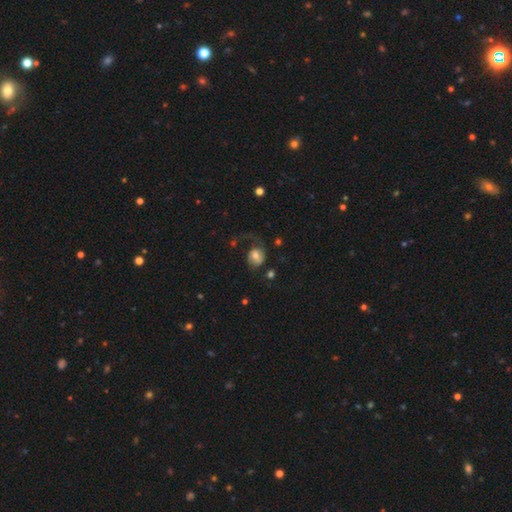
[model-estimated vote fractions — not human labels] Morphology: type=smooth (53%); roundness=round (64%); merging=major disturbance (41%).